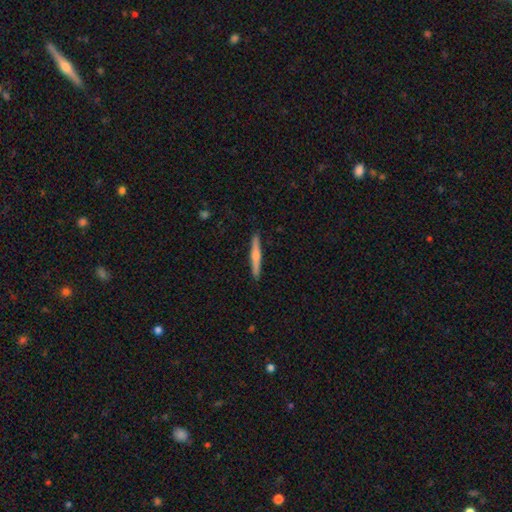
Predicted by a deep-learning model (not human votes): Morphology: type=smooth (50%); roundness=cigar-shaped (94%); merging=none (91%).